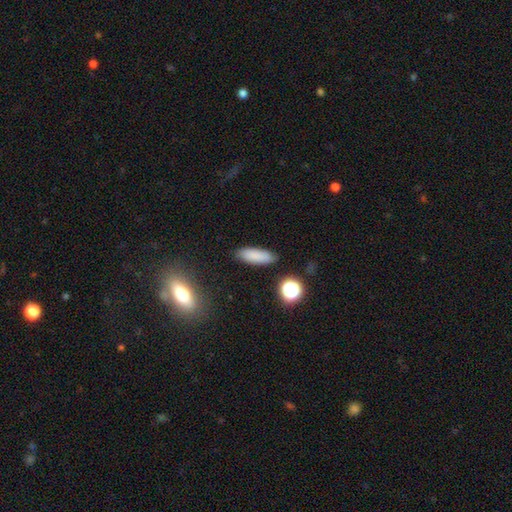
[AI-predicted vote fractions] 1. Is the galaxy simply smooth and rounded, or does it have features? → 83% smooth, 10% star or artifact, 7% featured or disk.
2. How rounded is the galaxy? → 58% in between, 39% cigar-shaped, 3% round.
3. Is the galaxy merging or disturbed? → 85% none, 10% minor disturbance, 3% major disturbance, 2% merger.